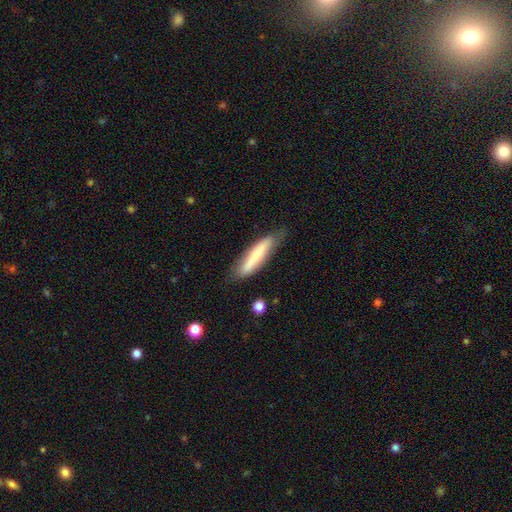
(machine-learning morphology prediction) Smooth or featured?
  - smooth: 65% *
  - featured or disk: 29%
  - star or artifact: 6%
How rounded?
  - cigar-shaped: 84% *
  - in between: 15%
  - round: 1%
Merging?
  - none: 70% *
  - minor disturbance: 23%
  - major disturbance: 5%
  - merger: 2%